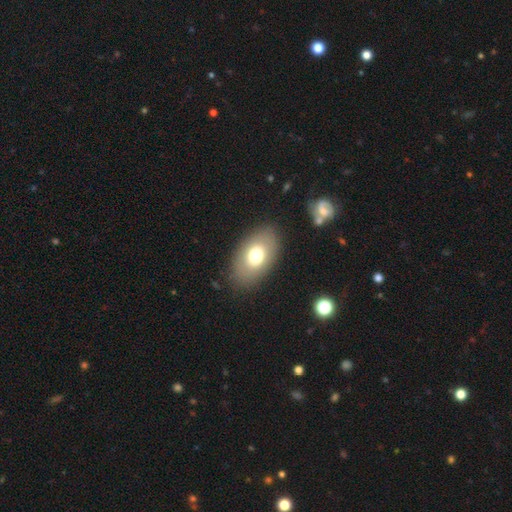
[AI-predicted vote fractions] The model was most divided on "smooth or featured": smooth: 70%, featured or disk: 22%, star or artifact: 8%. More confident: how rounded — in between (90%); merging — none (84%).